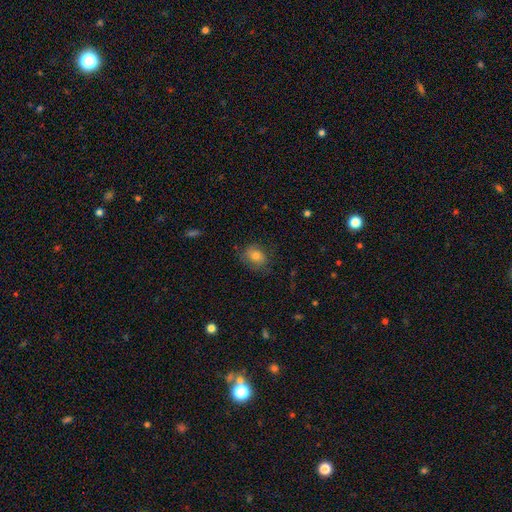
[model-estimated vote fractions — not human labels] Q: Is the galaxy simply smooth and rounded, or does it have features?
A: smooth — 74%.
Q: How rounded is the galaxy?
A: in between — 54%.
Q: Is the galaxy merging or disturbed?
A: none — 70%.